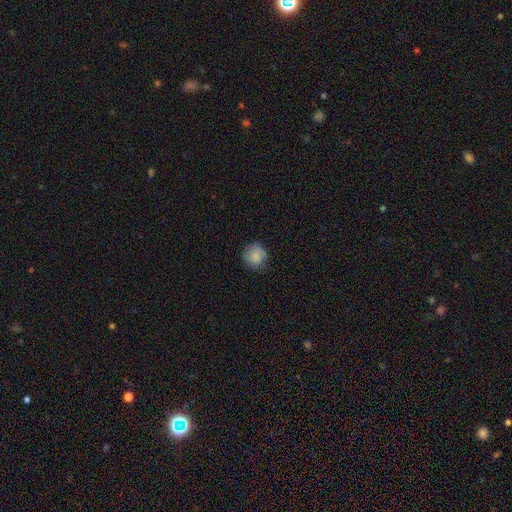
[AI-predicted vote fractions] Smooth or featured? smooth (84%)
How rounded? round (90%)
Merging? none (75%)